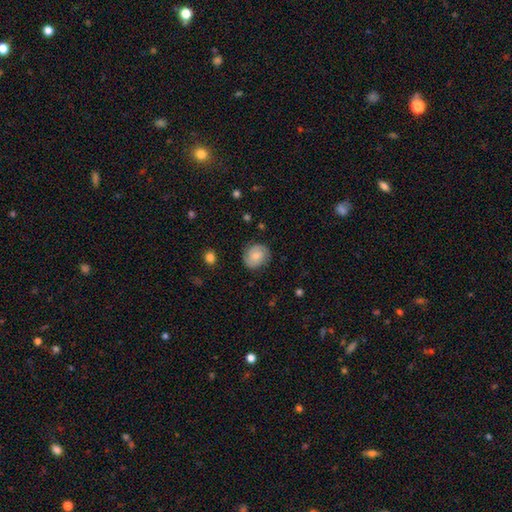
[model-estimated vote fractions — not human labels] The model was most divided on "smooth or featured": smooth: 47%, featured or disk: 45%, star or artifact: 8%. More confident: merging — none (80%).